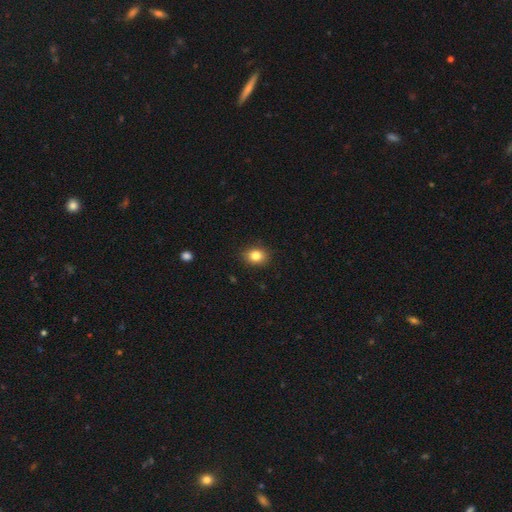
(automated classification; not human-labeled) This appears to be a smooth galaxy with no disk features (82%) that is round (53%). Merging: none (89%).